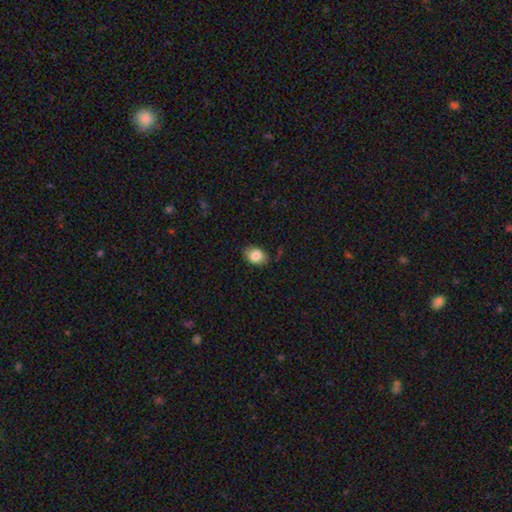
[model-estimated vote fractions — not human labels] smooth-or-featured: smooth: 83% | featured or disk: 9% | star or artifact: 8%
  how-rounded: in between: 78% | round: 21% | cigar-shaped: 1%
  merging: none: 78% | minor disturbance: 17% | major disturbance: 3% | merger: 2%